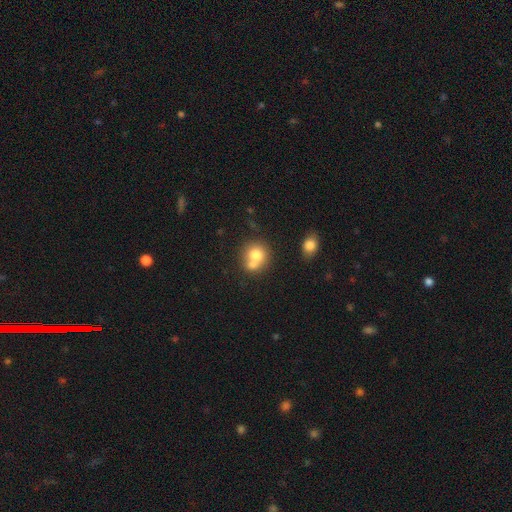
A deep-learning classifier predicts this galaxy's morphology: Smooth or featured?
  - smooth: 74% *
  - featured or disk: 17%
  - star or artifact: 10%
How rounded?
  - round: 80% *
  - in between: 19%
  - cigar-shaped: 1%
Merging?
  - merger: 51% *
  - none: 37%
  - minor disturbance: 9%
  - major disturbance: 4%